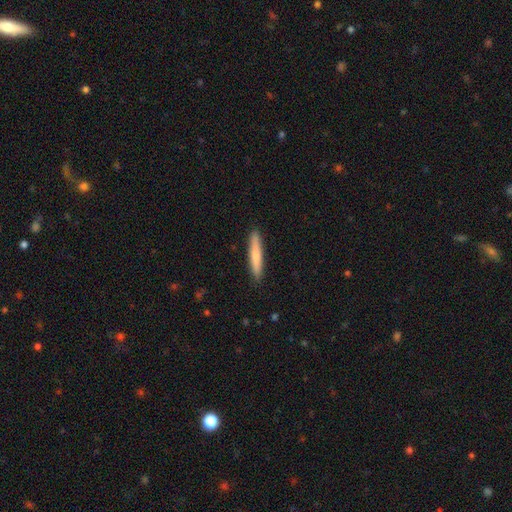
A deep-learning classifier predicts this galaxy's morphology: smooth_or_featured: smooth (p=0.73) [alt: featured or disk p=0.22]
how_rounded: cigar-shaped (p=0.93) [alt: in between p=0.06]
merging: none (p=0.90) [alt: minor disturbance p=0.07]